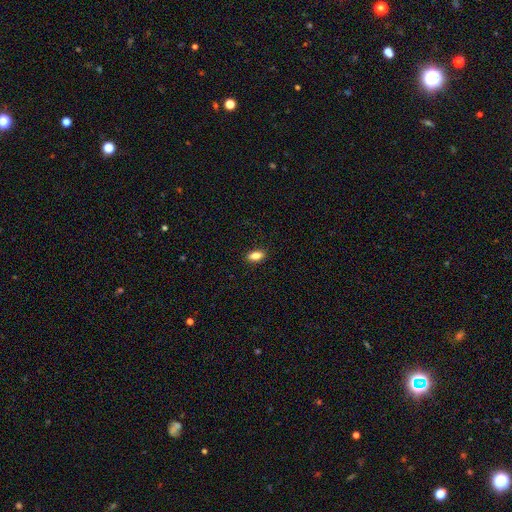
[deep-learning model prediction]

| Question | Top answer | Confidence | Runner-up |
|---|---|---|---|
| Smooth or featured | smooth | 84% | star or artifact (8%) |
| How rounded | in between | 85% | cigar-shaped (9%) |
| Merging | none | 89% | minor disturbance (9%) |